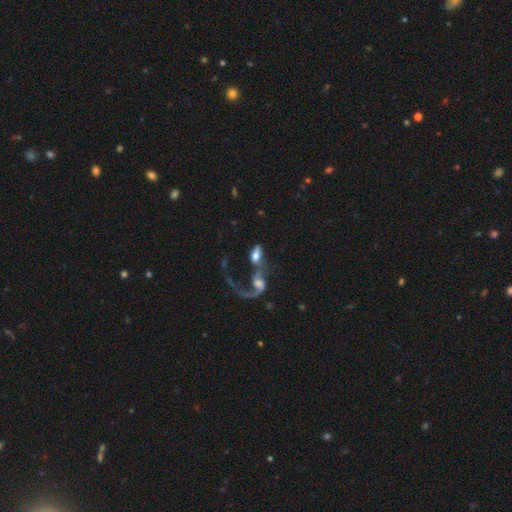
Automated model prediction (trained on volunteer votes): This appears to be a featured or disk galaxy (46%). Merging: merger (63%).